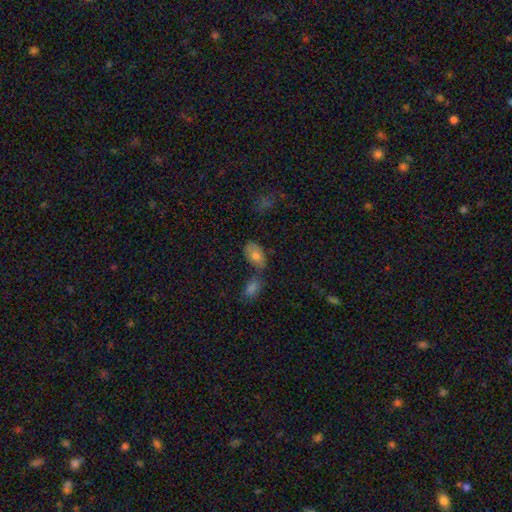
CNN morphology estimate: type=smooth (76%); roundness=in between (93%); merging=none (53%).